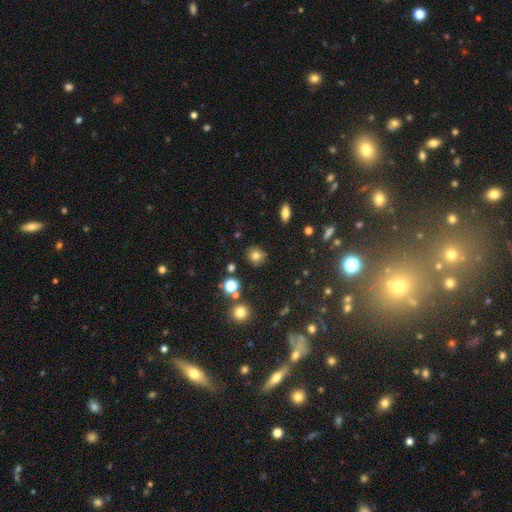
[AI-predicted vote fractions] Smooth or featured: smooth — 76% (star or artifact — 15%)
How rounded: round — 88% (in between — 11%)
Merging: none — 86% (minor disturbance — 9%)